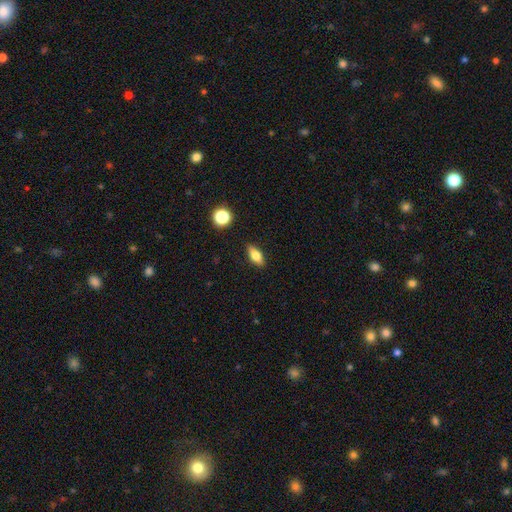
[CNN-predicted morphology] This is likely a smooth galaxy (72%). How rounded: likely in between (79%). Merging: clearly none (88%).